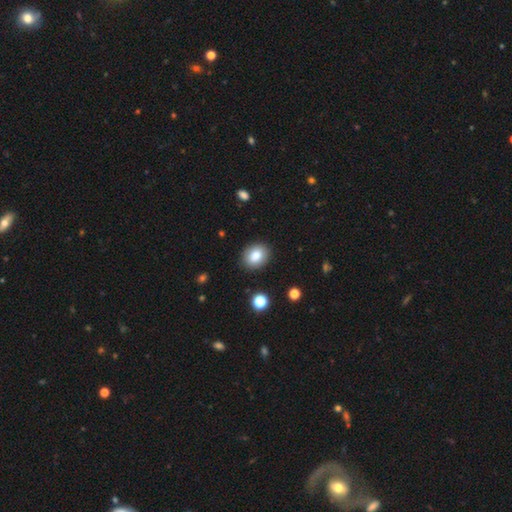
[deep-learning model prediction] This appears to be a smooth galaxy with no disk features (85%) that is in between round and cigar-shaped (56%). Merging: none (87%).